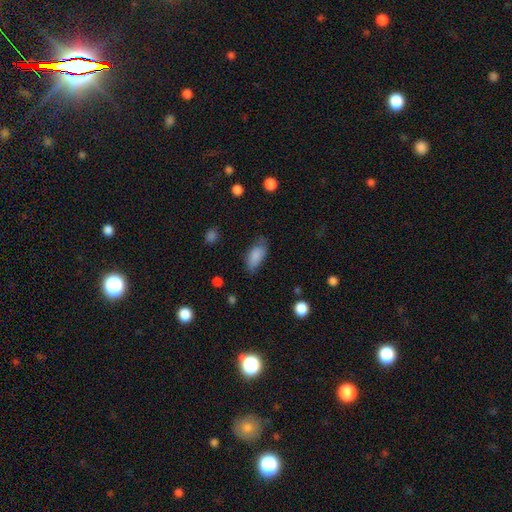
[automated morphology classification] Smooth or featured?
  - smooth: 85% *
  - featured or disk: 8%
  - star or artifact: 7%
How rounded?
  - in between: 89% *
  - cigar-shaped: 8%
  - round: 3%
Merging?
  - none: 66% *
  - minor disturbance: 25%
  - major disturbance: 7%
  - merger: 2%